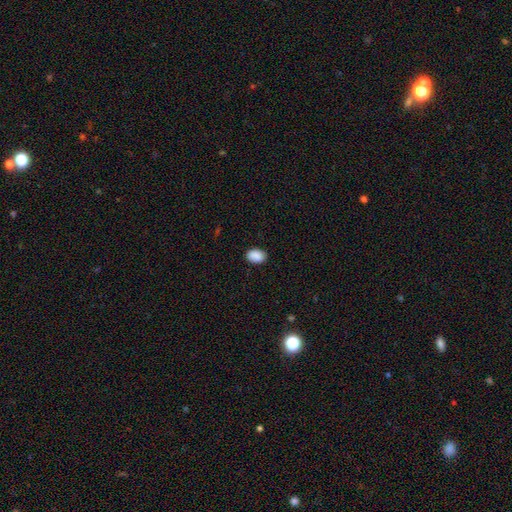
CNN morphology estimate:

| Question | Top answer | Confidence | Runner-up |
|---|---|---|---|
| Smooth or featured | smooth | 90% | star or artifact (7%) |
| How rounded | in between | 83% | round (16%) |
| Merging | none | 86% | minor disturbance (10%) |